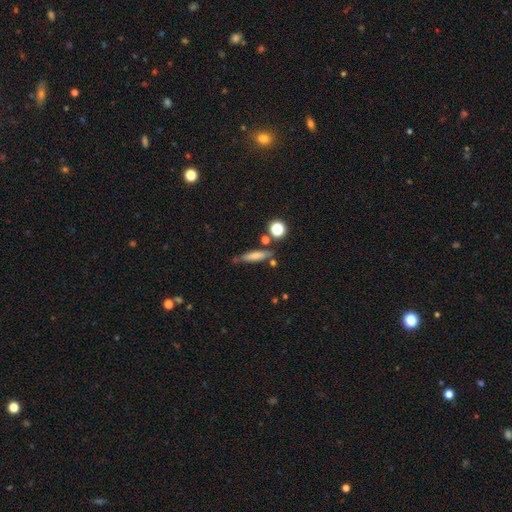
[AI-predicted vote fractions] This is likely a smooth galaxy (61%). How rounded: likely cigar-shaped (76%). Merging: likely none (70%).